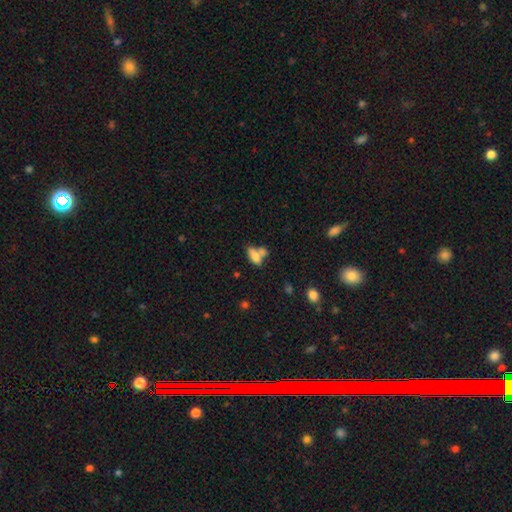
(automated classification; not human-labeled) This is likely a smooth galaxy (72%). How rounded: likely in between (76%). Merging: possibly merger (49%).